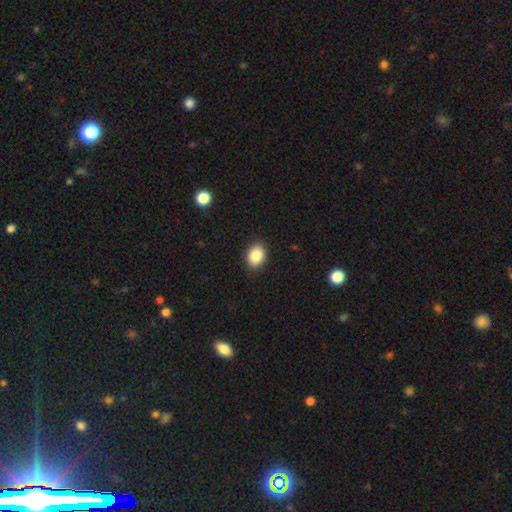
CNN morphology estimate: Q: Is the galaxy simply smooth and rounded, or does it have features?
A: smooth — 86%.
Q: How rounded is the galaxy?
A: in between — 60%.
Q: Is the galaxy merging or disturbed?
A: none — 89%.